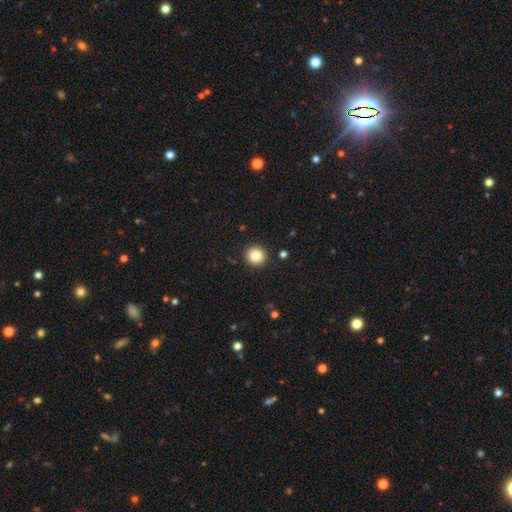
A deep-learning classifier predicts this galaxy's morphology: This is clearly a smooth galaxy (85%). How rounded: clearly round (94%). Merging: clearly none (92%).